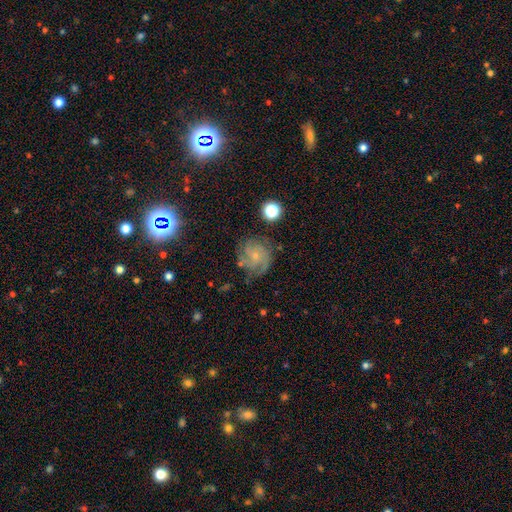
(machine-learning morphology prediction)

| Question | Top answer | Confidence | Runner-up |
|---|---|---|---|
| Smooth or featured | featured or disk | 76% | smooth (16%) |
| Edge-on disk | no | 98% | yes (2%) |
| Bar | no | 74% | weak (23%) |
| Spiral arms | yes | 95% | no (5%) |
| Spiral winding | tight | 51% | medium (39%) |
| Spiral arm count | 3 | 33% | 2 (23%) |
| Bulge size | small | 70% | moderate (20%) |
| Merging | none | 69% | minor disturbance (19%) |